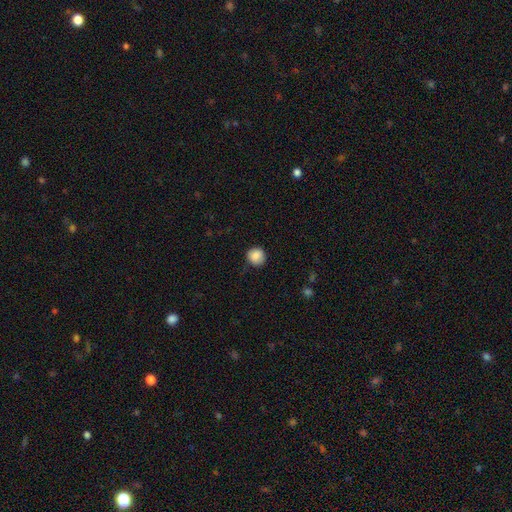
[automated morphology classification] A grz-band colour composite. It shows a smooth galaxy with no disk features (87%) that is round (90%). Merging: none (79%).